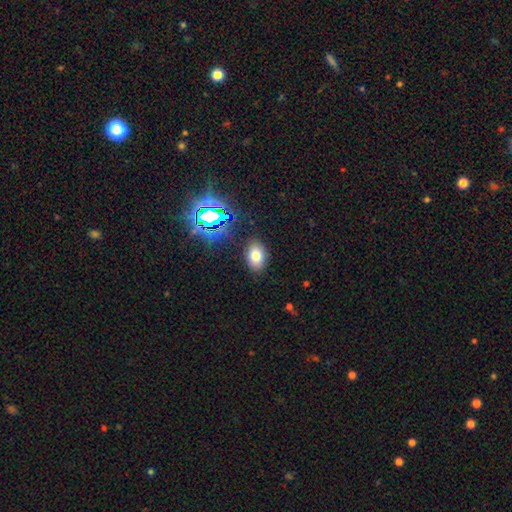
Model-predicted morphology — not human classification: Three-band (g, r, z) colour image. It shows a smooth galaxy with no disk features (73%) that is in between round and cigar-shaped (83%). Merging: none (85%).